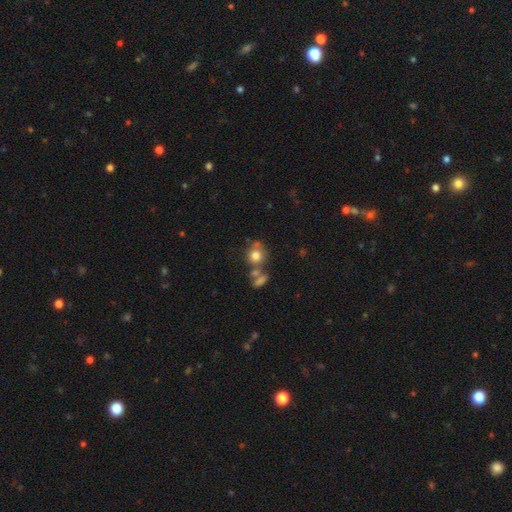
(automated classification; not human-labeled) Smooth or featured?
  - smooth: 76% *
  - featured or disk: 13%
  - star or artifact: 11%
How rounded?
  - round: 77% *
  - in between: 21%
  - cigar-shaped: 1%
Merging?
  - none: 52% *
  - merger: 28%
  - minor disturbance: 14%
  - major disturbance: 6%